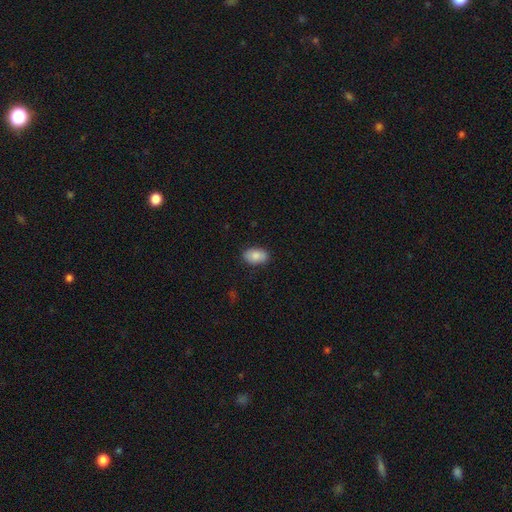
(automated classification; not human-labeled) Smooth or featured?
  - smooth: 86% *
  - featured or disk: 8%
  - star or artifact: 7%
How rounded?
  - in between: 91% *
  - round: 7%
  - cigar-shaped: 1%
Merging?
  - none: 86% *
  - minor disturbance: 11%
  - major disturbance: 2%
  - merger: 1%